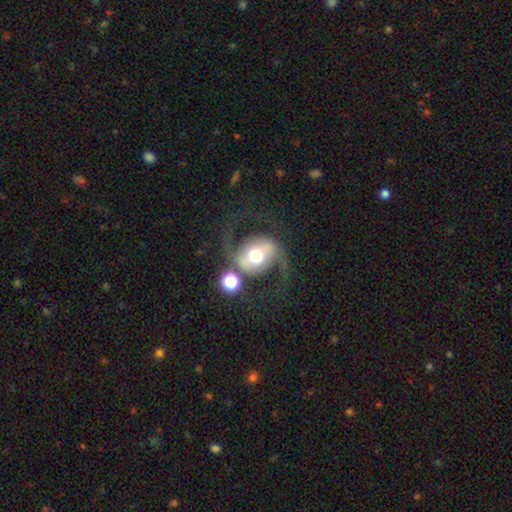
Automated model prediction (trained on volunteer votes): This is clearly a featured or disk galaxy (82%). It is clearly not viewed edge-on (97%). Bar: marginally no (40%). Spiral arm pattern: clearly yes (92%). Spiral arm count: clearly 2 (93%). Spiral winding: likely loose (60%). Central bulge: likely moderate (60%). Merging: likely none (64%).